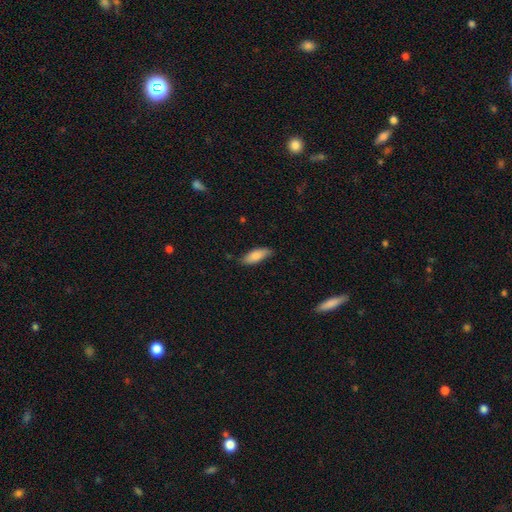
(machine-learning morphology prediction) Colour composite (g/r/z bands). It shows a smooth galaxy with no disk features (84%) that is in between round and cigar-shaped (69%). Merging: none (79%).